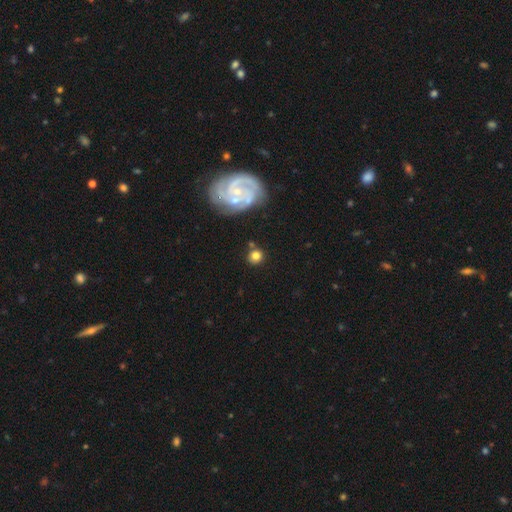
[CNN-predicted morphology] A smooth galaxy with no disk features (70%) that is round (88%).

Vote fractions:
- Smooth or featured? smooth: 70% / featured or disk: 21% / star or artifact: 10%
- How rounded? round: 88% / in between: 10% / cigar-shaped: 1%
- Merging? none: 77% / minor disturbance: 11% / merger: 8% / major disturbance: 4%